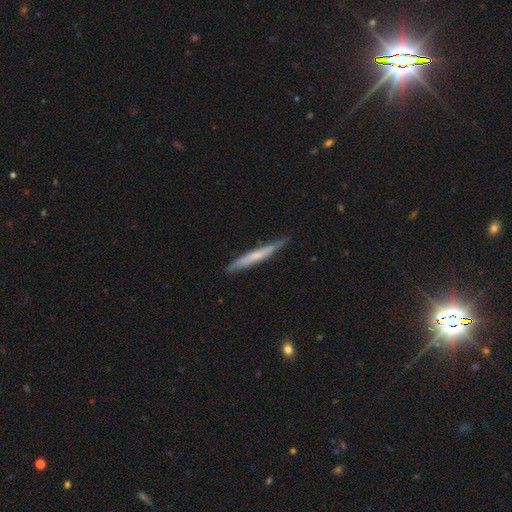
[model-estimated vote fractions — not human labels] Q: Smooth or featured?
A: smooth (51%); runner-up: featured or disk (43%)
Q: How rounded?
A: cigar-shaped (96%); runner-up: in between (2%)
Q: Merging?
A: none (86%); runner-up: minor disturbance (11%)